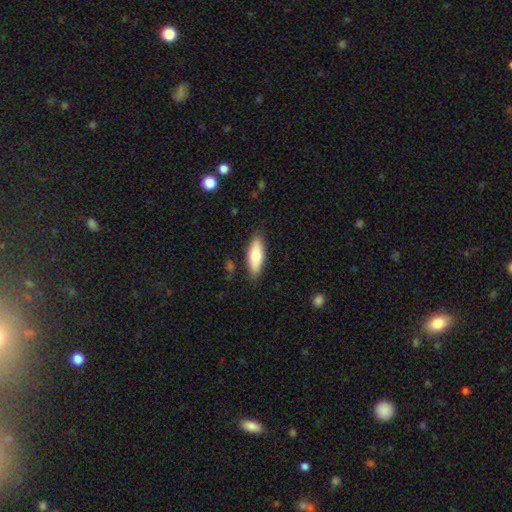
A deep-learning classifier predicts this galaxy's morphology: Smooth or featured?
  - smooth: 74% *
  - featured or disk: 20%
  - star or artifact: 6%
How rounded?
  - in between: 69% *
  - cigar-shaped: 29%
  - round: 2%
Merging?
  - none: 84% *
  - minor disturbance: 12%
  - major disturbance: 2%
  - merger: 1%